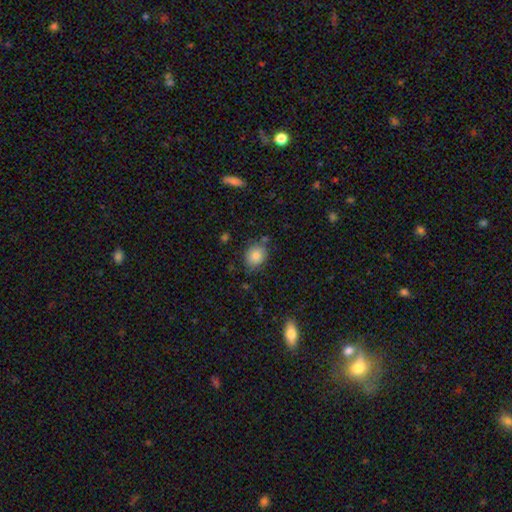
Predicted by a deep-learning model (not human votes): smooth 85%, star or artifact 9%, featured or disk 7%. Down the decision tree: how rounded — round (57%); merging — none (76%).